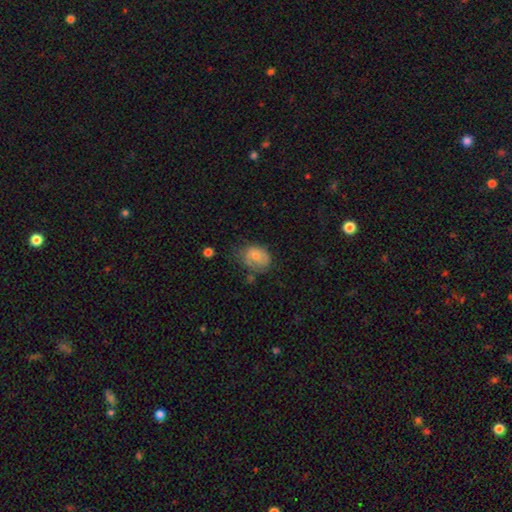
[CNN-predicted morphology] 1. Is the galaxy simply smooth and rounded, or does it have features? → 66% smooth, 24% featured or disk, 10% star or artifact.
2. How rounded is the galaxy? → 63% in between, 36% round, 1% cigar-shaped.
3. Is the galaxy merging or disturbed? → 53% none, 32% minor disturbance, 12% major disturbance, 3% merger.